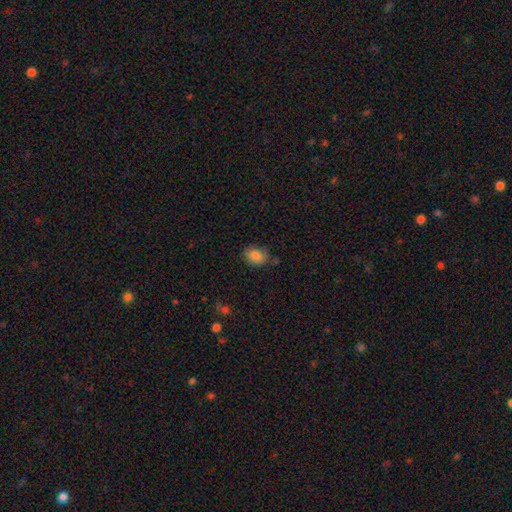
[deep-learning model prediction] A smooth galaxy with no disk features (83%) that is in between round and cigar-shaped (62%). Merging: none (67%).